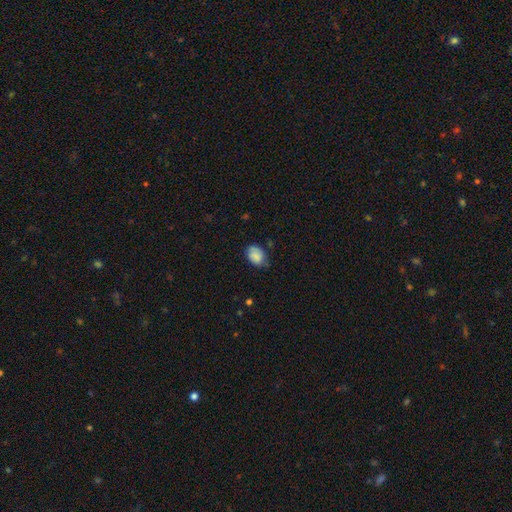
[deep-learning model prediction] Smooth or featured?
  - smooth: 82% *
  - featured or disk: 10%
  - star or artifact: 8%
How rounded?
  - in between: 78% *
  - round: 21%
  - cigar-shaped: 1%
Merging?
  - none: 61% *
  - minor disturbance: 30%
  - major disturbance: 6%
  - merger: 2%